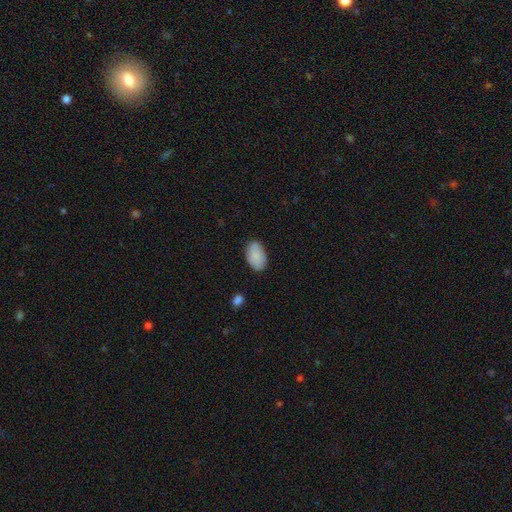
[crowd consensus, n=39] Overall: smooth (85%). How rounded: in between (100%). Merging: none (97%).